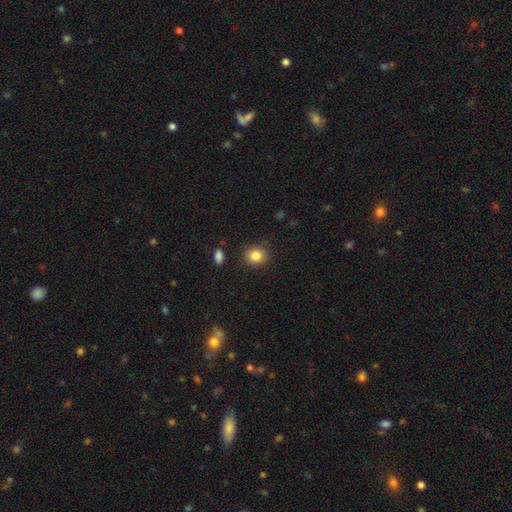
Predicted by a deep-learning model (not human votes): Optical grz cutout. It shows a smooth galaxy with no disk features (85%) that is round (84%). Merging: none (87%).